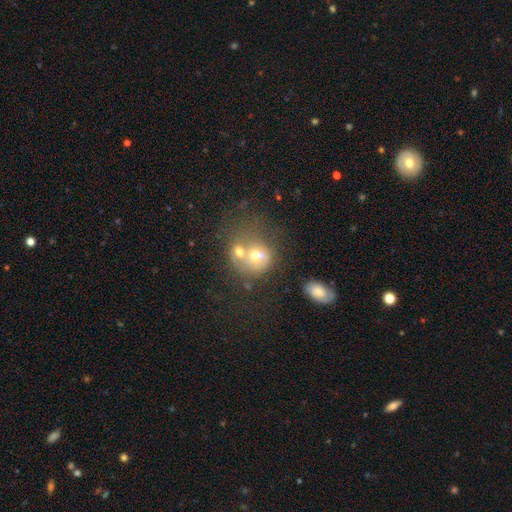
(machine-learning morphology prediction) This appears to be a smooth galaxy with no disk features (53%) that is round (66%). Merging: merger (64%).